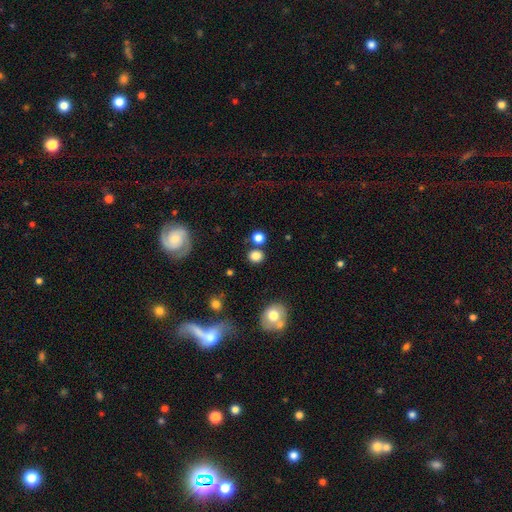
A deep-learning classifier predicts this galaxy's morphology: smooth 81%, star or artifact 13%, featured or disk 6%. Down the decision tree: how rounded — round (80%); merging — none (77%).